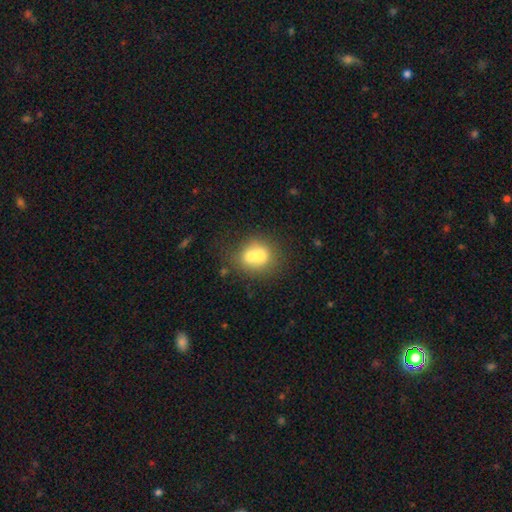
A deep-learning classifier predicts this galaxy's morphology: Overall: smooth (65%). How rounded: round (79%). Merging: merger (60%; none 31%).